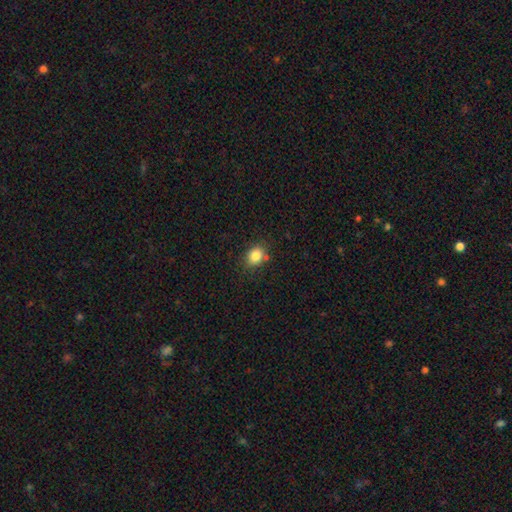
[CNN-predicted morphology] This appears to be a smooth galaxy with no disk features (84%) that is in between round and cigar-shaped (54%). Merging: none (77%).